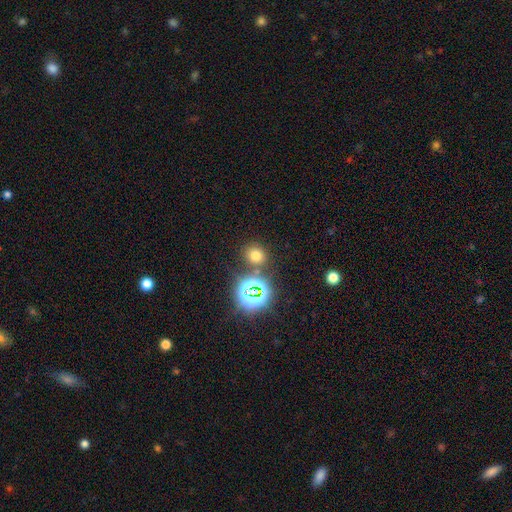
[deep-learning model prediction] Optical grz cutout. It shows a smooth galaxy with no disk features (64%) that is round (77%). Merging: none (77%).